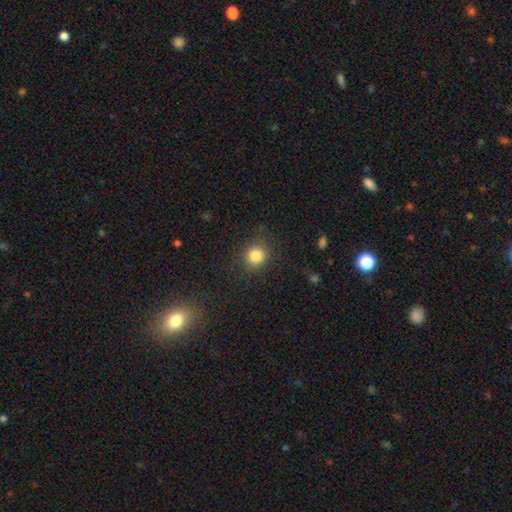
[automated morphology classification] Smooth or featured? smooth (84%)
How rounded? round (80%)
Merging? none (82%)